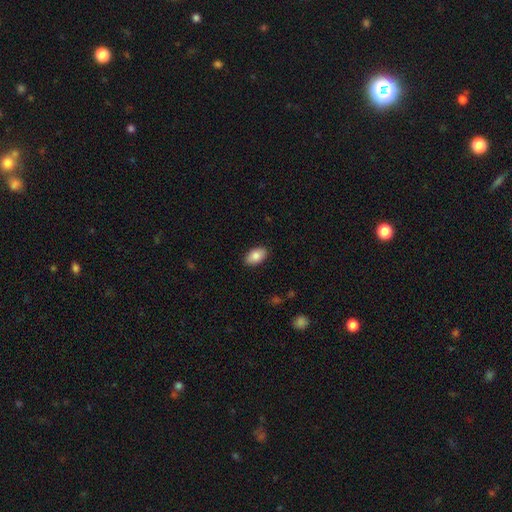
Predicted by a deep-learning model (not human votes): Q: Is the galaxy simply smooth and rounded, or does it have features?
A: smooth — 85%.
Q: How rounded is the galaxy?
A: in between — 93%.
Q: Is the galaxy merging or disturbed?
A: none — 89%.